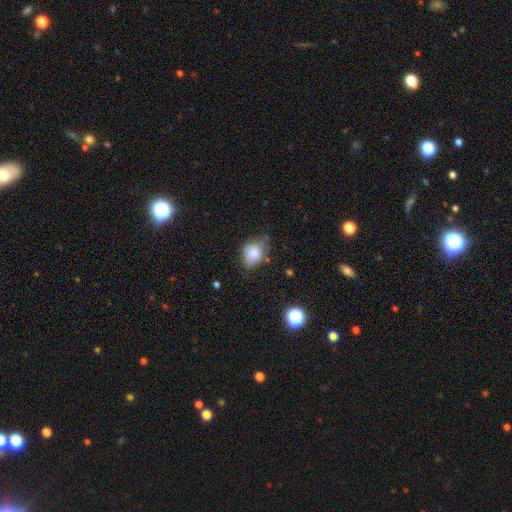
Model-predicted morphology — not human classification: Overall: smooth (72%). How rounded: in between (54%; round 45%). Merging: none (53%; minor disturbance 35%).